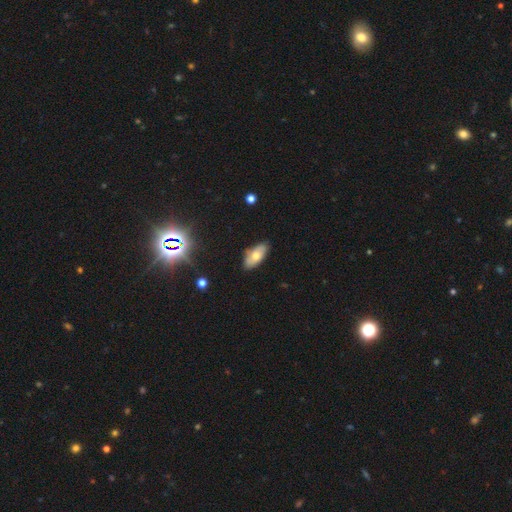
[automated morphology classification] A smooth galaxy with no disk features (67%) that is in between round and cigar-shaped (88%). Merging: none (81%).